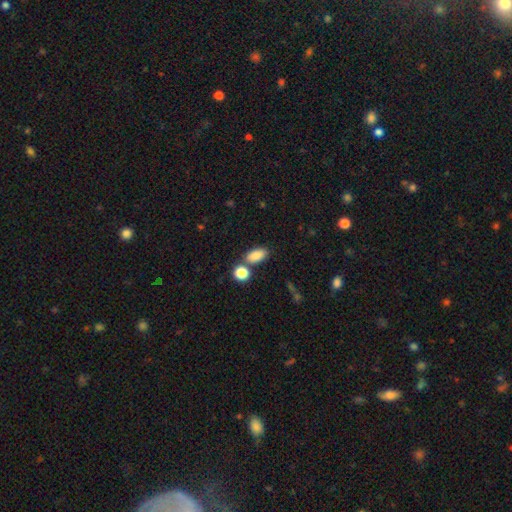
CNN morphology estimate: Overall: smooth (85%). How rounded: in between (88%). Merging: none (68%).